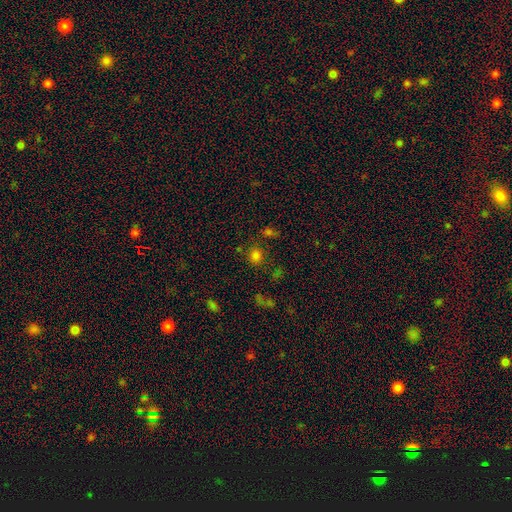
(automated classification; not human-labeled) Smooth or featured? smooth (74%)
How rounded? round (80%)
Merging? none (75%)